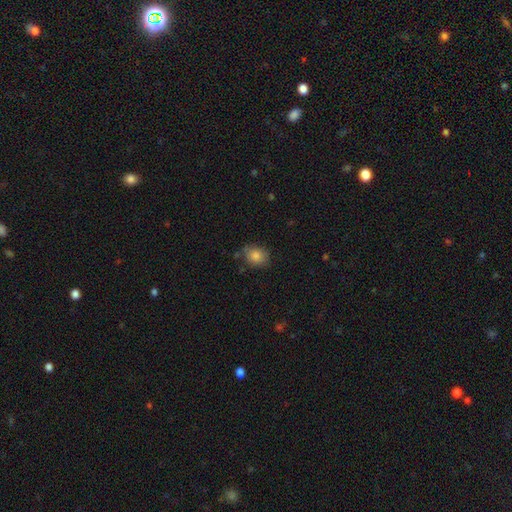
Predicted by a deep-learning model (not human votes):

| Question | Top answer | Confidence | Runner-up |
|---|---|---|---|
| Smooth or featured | smooth | 83% | star or artifact (10%) |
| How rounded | round | 61% | in between (38%) |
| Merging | none | 75% | minor disturbance (18%) |